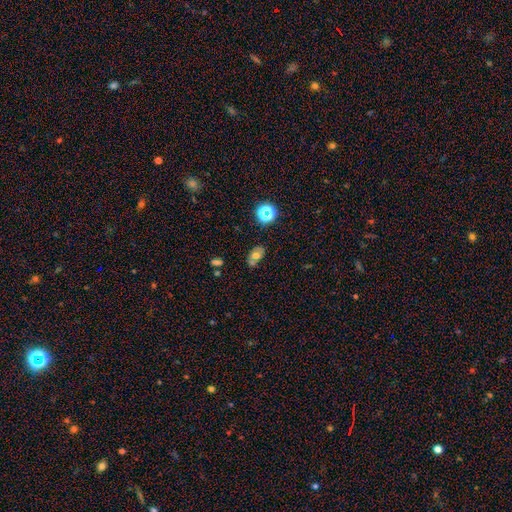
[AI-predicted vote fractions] This is possibly a smooth galaxy (57%). How rounded: likely in between (76%). Merging: possibly none (57%).